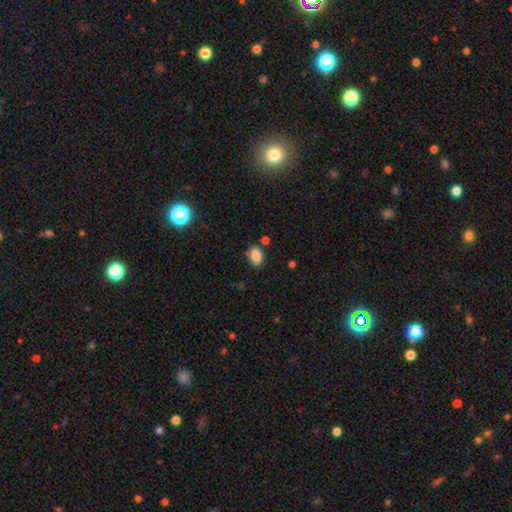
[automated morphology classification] Smooth or featured: smooth — 86% (star or artifact — 9%)
How rounded: in between — 87% (round — 12%)
Merging: none — 72% (minor disturbance — 18%)